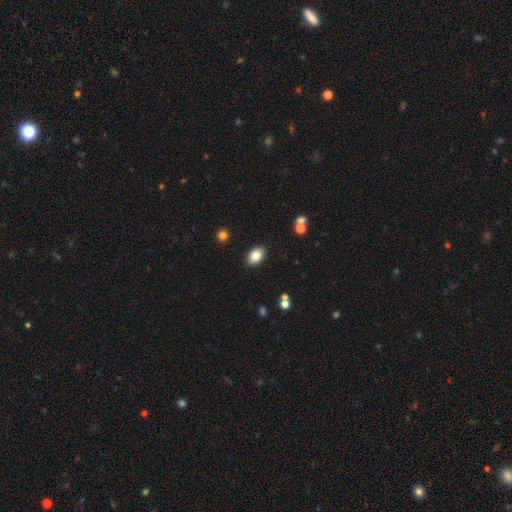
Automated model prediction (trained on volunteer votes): Smooth or featured? Predicted: smooth (p=0.83). How rounded? Predicted: in between (p=0.86). Merging? Predicted: none (p=0.88).